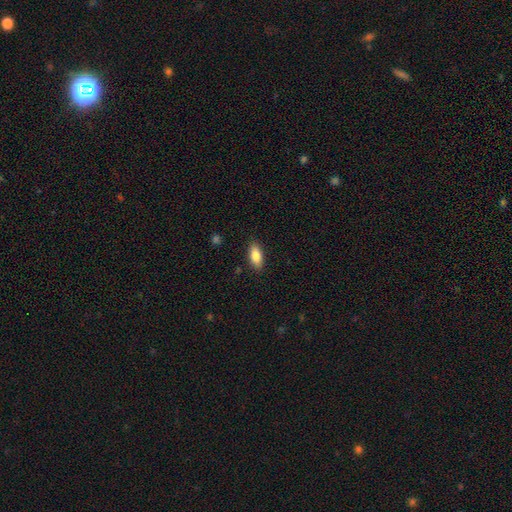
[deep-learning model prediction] A smooth galaxy with no disk features (85%) that is in between round and cigar-shaped (86%). Merging: none (88%).